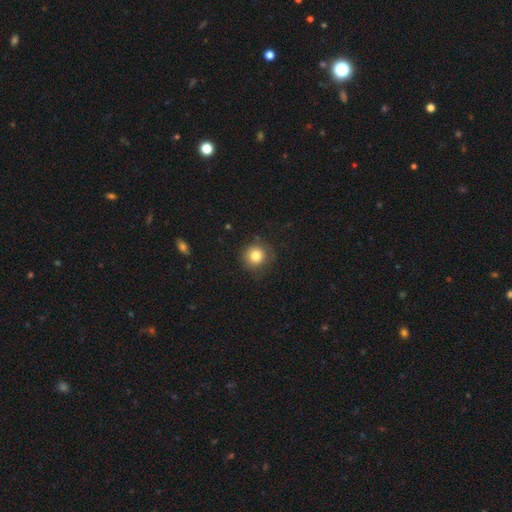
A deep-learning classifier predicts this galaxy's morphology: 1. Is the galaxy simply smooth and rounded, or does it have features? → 81% smooth, 11% star or artifact, 8% featured or disk.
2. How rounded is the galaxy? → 93% round, 6% in between, 1% cigar-shaped.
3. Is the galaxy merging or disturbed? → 82% none, 12% minor disturbance, 4% major disturbance, 1% merger.